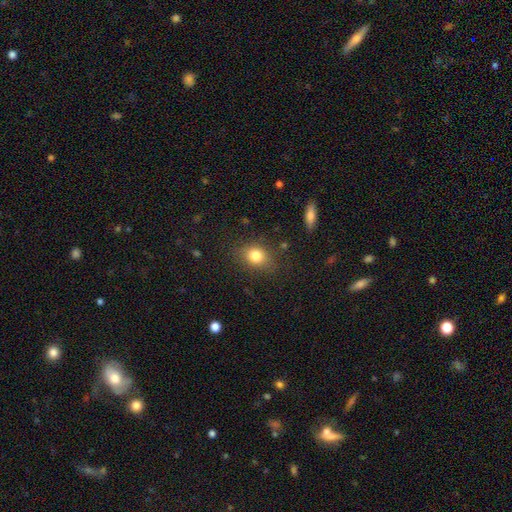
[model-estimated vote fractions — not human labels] This is clearly a smooth galaxy (81%). How rounded: possibly round (50%). Merging: clearly none (81%).